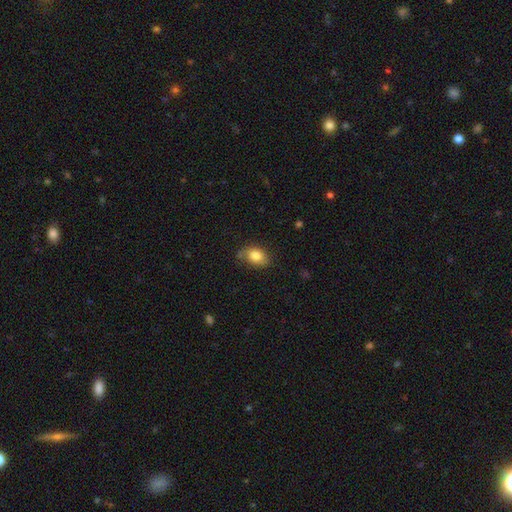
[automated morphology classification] This appears to be a smooth galaxy with no disk features (83%) that is in between round and cigar-shaped (74%). Merging: none (71%).